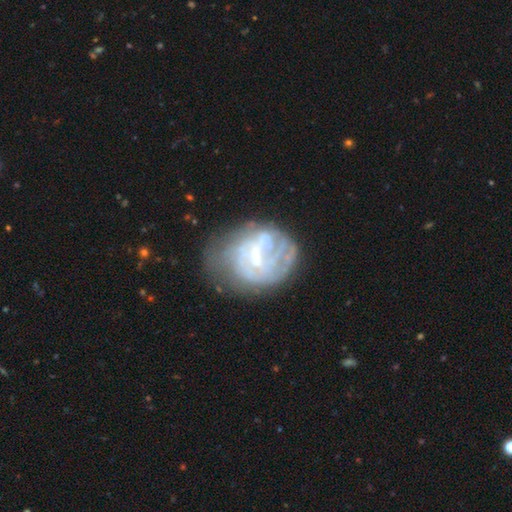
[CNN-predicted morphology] smooth-or-featured: featured or disk: 71% | smooth: 20% | star or artifact: 9%
  disk-edge-on: no: 97% | yes: 3%
    bar: weak: 53% | strong: 24% | no: 23%
    has-spiral-arms: yes: 62% | no: 38%
    bulge-size: small: 50% | moderate: 28% | none: 18% | large: 3% | dominant: 1%
  merging: none: 49% | minor disturbance: 25% | major disturbance: 22% | merger: 4%